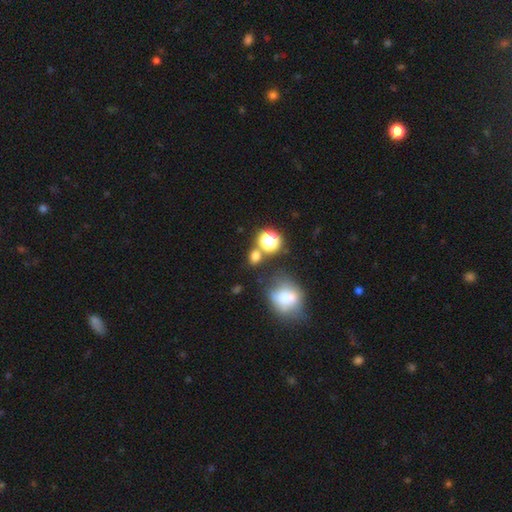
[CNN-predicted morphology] Q: Smooth or featured?
A: smooth (68%); runner-up: star or artifact (24%)
Q: How rounded?
A: round (68%); runner-up: in between (30%)
Q: Merging?
A: none (67%); runner-up: merger (17%)